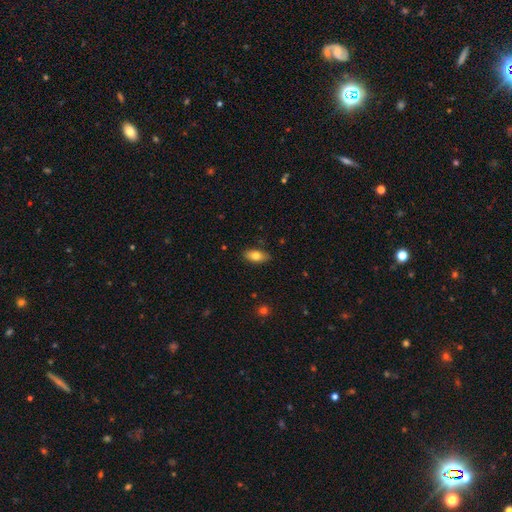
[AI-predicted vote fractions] A smooth galaxy with no disk features (74%) that is in between round and cigar-shaped (85%). Merging: none (84%).